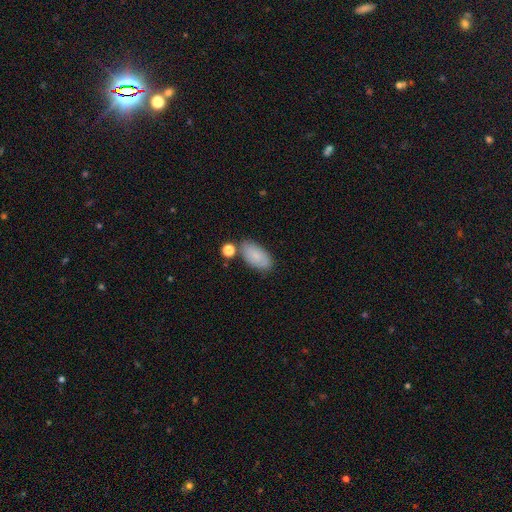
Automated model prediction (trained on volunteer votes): Smooth or featured?
  - smooth: 83% *
  - featured or disk: 10%
  - star or artifact: 7%
How rounded?
  - in between: 93% *
  - round: 3%
  - cigar-shaped: 3%
Merging?
  - none: 70% *
  - minor disturbance: 17%
  - merger: 9%
  - major disturbance: 4%